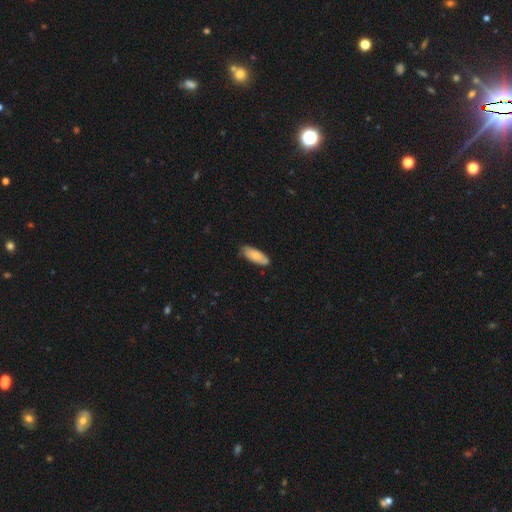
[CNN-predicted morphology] Smooth or featured: smooth — 75% (featured or disk — 19%)
How rounded: in between — 73% (cigar-shaped — 25%)
Merging: none — 77% (minor disturbance — 19%)